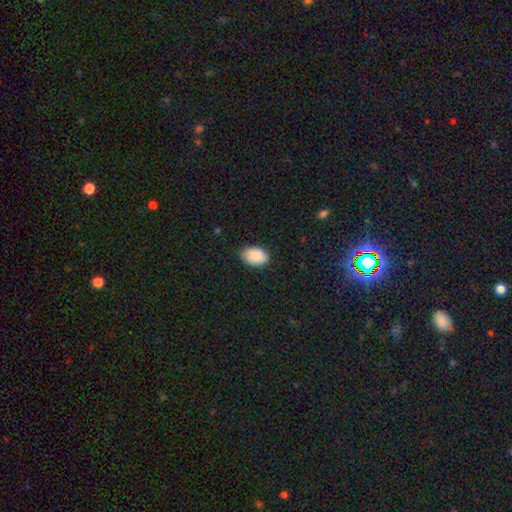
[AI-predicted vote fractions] A smooth galaxy with no disk features (88%) that is in between round and cigar-shaped (89%).

Vote fractions:
- Smooth or featured? smooth: 88% / star or artifact: 7% / featured or disk: 5%
- How rounded? in between: 89% / round: 10% / cigar-shaped: 1%
- Merging? none: 82% / minor disturbance: 14% / major disturbance: 2% / merger: 1%